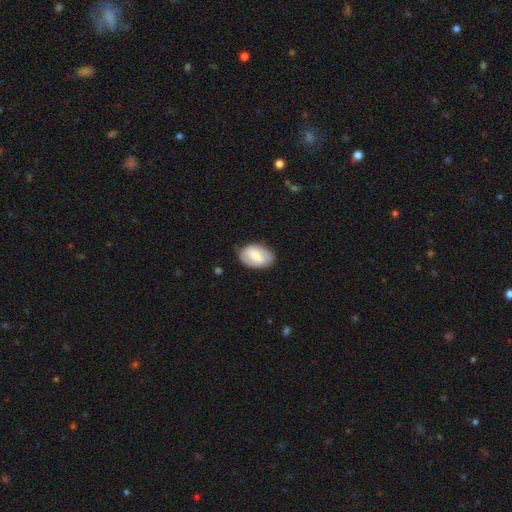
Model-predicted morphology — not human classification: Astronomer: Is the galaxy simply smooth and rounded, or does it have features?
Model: smooth — 59% (runner-up: featured or disk, 35%).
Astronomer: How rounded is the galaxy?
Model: in between — 88%.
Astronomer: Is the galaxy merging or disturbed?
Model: none — 80%.